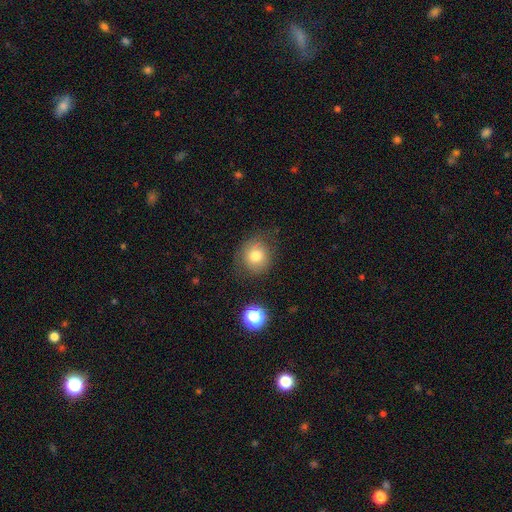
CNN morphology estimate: Smooth or featured: smooth — 76% (featured or disk — 12%)
How rounded: round — 83% (in between — 16%)
Merging: none — 74% (minor disturbance — 17%)